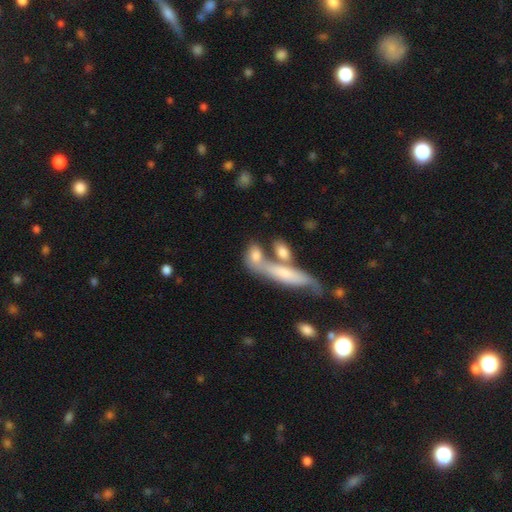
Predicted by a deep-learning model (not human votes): A smooth galaxy with no disk features (69%) that is in between round and cigar-shaped (63%). Merging: merger (47%).